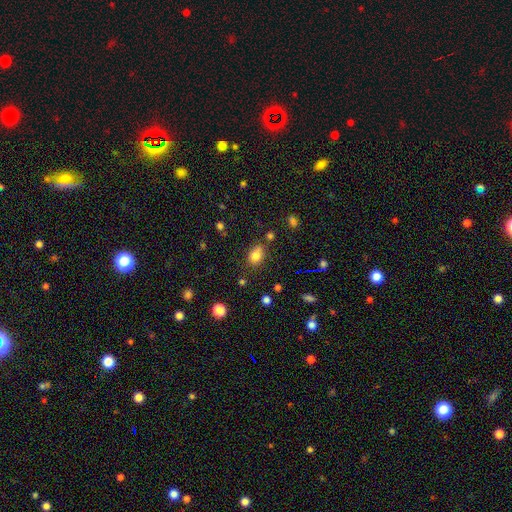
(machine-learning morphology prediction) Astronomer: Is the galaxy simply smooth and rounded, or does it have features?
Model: smooth — 79%.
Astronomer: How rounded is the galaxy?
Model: in between — 60% (runner-up: round, 38%).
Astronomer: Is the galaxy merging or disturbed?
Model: none — 62%.